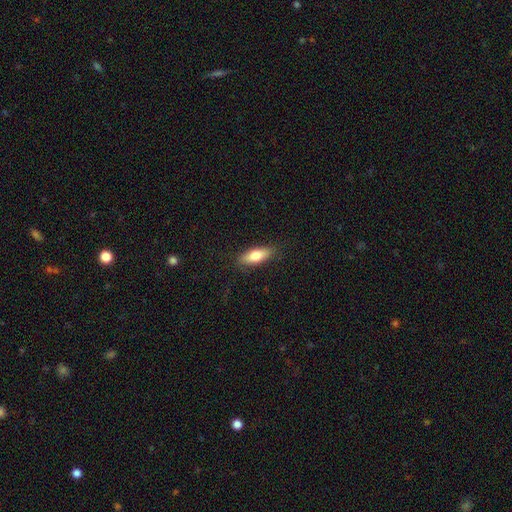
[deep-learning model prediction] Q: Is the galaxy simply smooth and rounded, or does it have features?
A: smooth — 73%.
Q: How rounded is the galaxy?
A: in between — 65%.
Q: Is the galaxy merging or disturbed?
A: none — 85%.